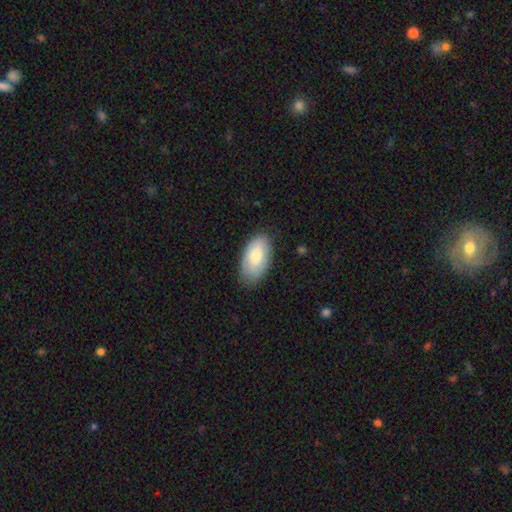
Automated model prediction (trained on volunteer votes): Smooth or featured?
  - smooth: 70% *
  - featured or disk: 24%
  - star or artifact: 6%
How rounded?
  - in between: 94% *
  - round: 3%
  - cigar-shaped: 2%
Merging?
  - none: 77% *
  - minor disturbance: 18%
  - major disturbance: 3%
  - merger: 1%